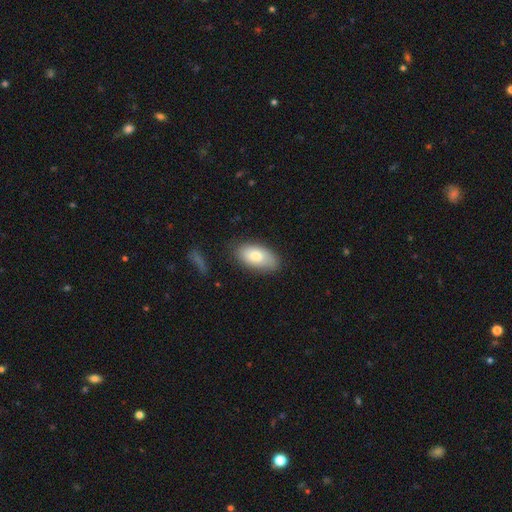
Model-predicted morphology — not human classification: smooth_or_featured: smooth (p=0.79) [alt: featured or disk p=0.14]
how_rounded: in between (p=0.94) [alt: round p=0.03]
merging: none (p=0.79) [alt: minor disturbance p=0.15]